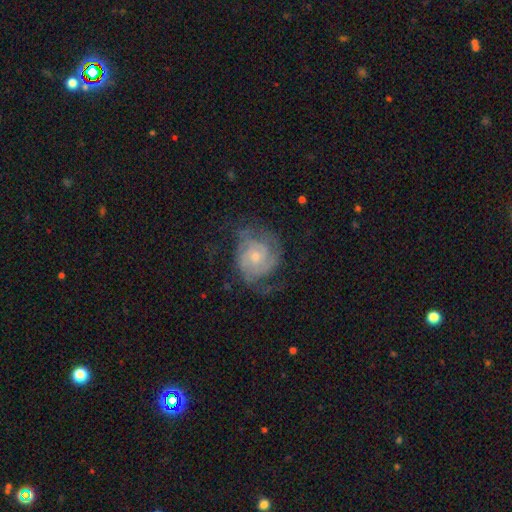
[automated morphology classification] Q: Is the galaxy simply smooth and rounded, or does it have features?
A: featured or disk — 78%.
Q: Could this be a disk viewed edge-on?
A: no — 98%.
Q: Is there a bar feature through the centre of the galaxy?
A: no — 73%.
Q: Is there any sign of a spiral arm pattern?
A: yes — 93%.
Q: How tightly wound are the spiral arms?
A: tight — 52%.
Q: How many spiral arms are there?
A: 2 — 35%.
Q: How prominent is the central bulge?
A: small — 59%.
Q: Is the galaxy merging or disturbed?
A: none — 55%.